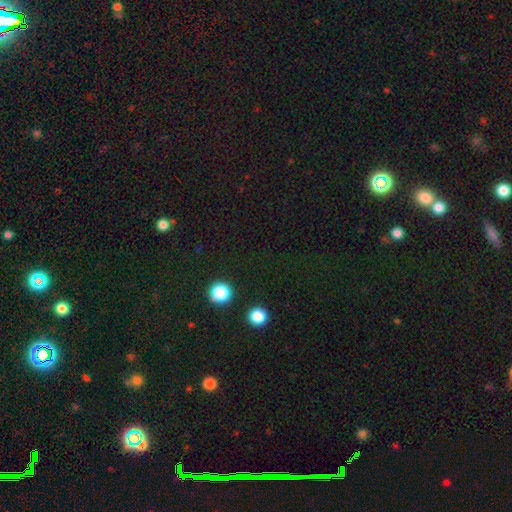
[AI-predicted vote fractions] This is likely a star or artifact rather than a galaxy (65%).